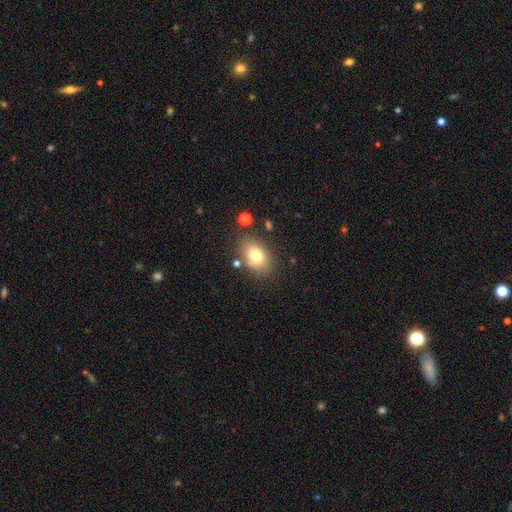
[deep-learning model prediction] A smooth galaxy with no disk features (75%) that is in between round and cigar-shaped (79%).

Vote fractions:
- Smooth or featured? smooth: 75% / featured or disk: 15% / star or artifact: 10%
- How rounded? in between: 79% / round: 20% / cigar-shaped: 1%
- Merging? none: 74% / minor disturbance: 15% / merger: 5% / major disturbance: 5%